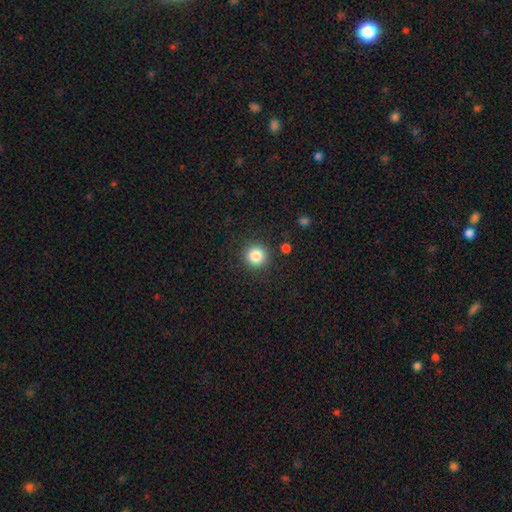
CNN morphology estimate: Smooth or featured: smooth — 85% (star or artifact — 10%)
How rounded: round — 95% (in between — 5%)
Merging: none — 90% (minor disturbance — 6%)